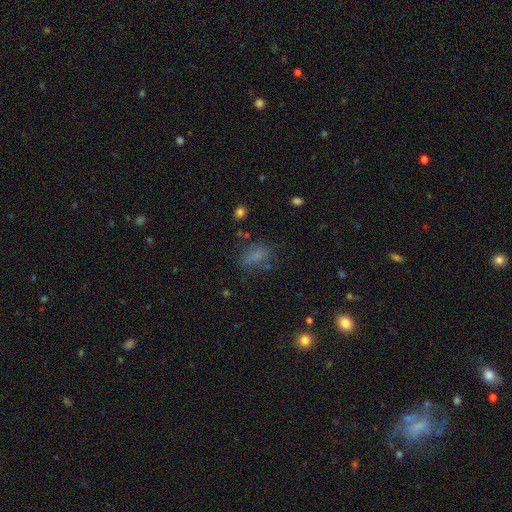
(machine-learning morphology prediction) smooth_or_featured: smooth (p=0.70) [alt: star or artifact p=0.19]
how_rounded: in between (p=0.81) [alt: round p=0.11]
merging: none (p=0.62) [alt: minor disturbance p=0.21]